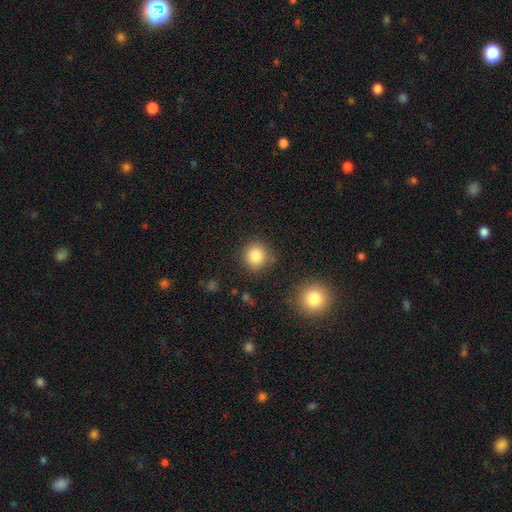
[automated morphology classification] Smooth or featured: smooth — 84% (star or artifact — 10%)
How rounded: round — 91% (in between — 8%)
Merging: none — 83% (minor disturbance — 11%)